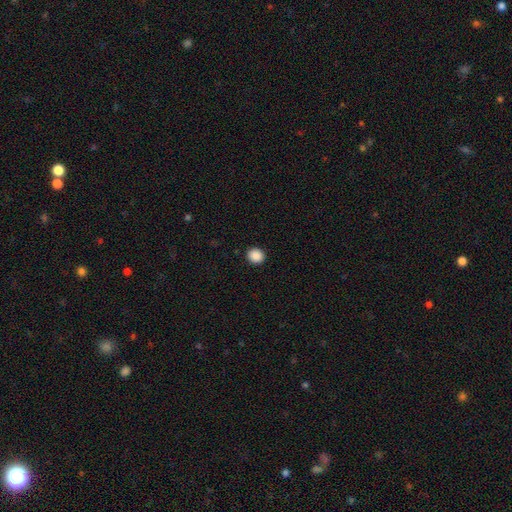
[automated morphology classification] This is clearly a smooth galaxy (89%). How rounded: clearly round (82%). Merging: clearly none (92%).